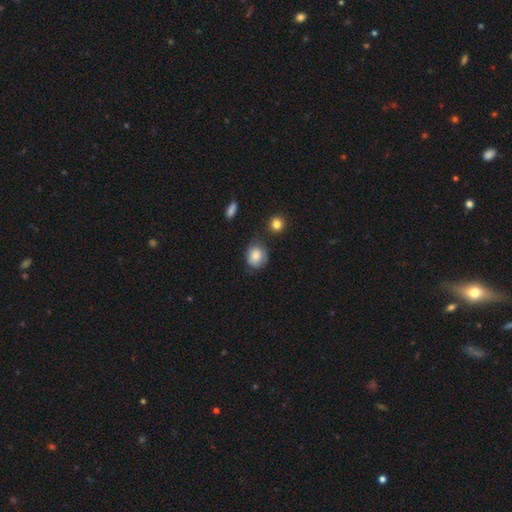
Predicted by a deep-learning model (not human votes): This appears to be a smooth galaxy with no disk features (81%) that is round (63%). Merging: none (58%).